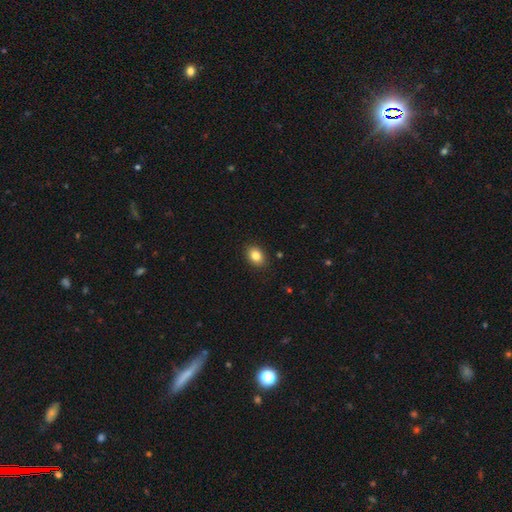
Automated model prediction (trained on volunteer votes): Overall: smooth (84%). How rounded: in between (72%). Merging: none (89%).